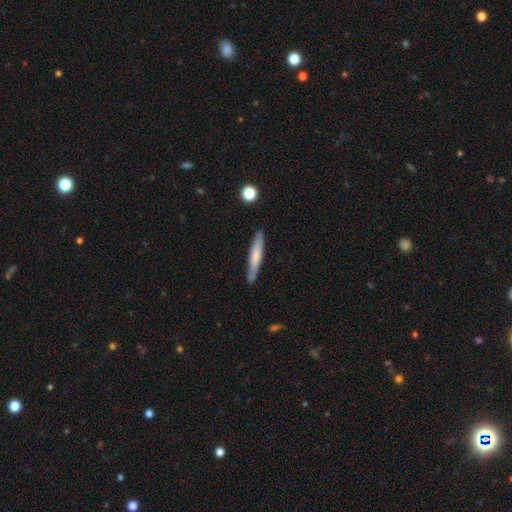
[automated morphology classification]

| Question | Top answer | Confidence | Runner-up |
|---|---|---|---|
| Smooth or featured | smooth | 65% | featured or disk (30%) |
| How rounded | cigar-shaped | 93% | in between (6%) |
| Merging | none | 83% | minor disturbance (12%) |